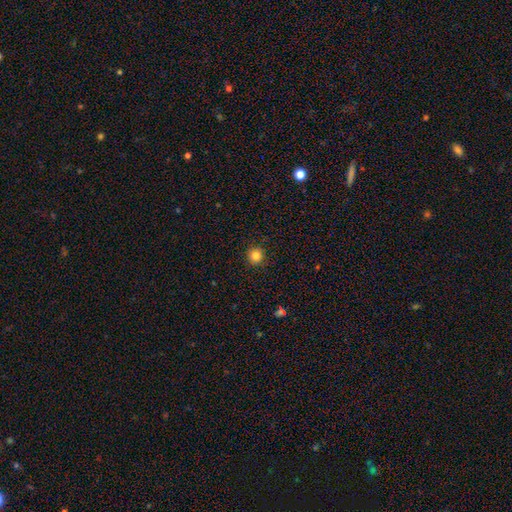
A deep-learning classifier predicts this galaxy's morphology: Overall: smooth (84%). How rounded: round (94%). Merging: none (91%).